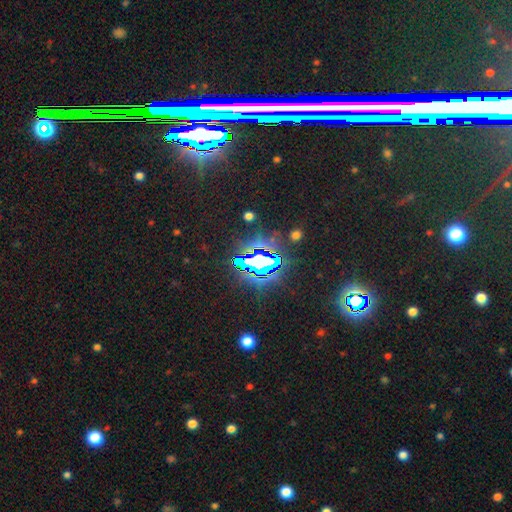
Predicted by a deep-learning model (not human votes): Morphology: type=star or artifact (76%).